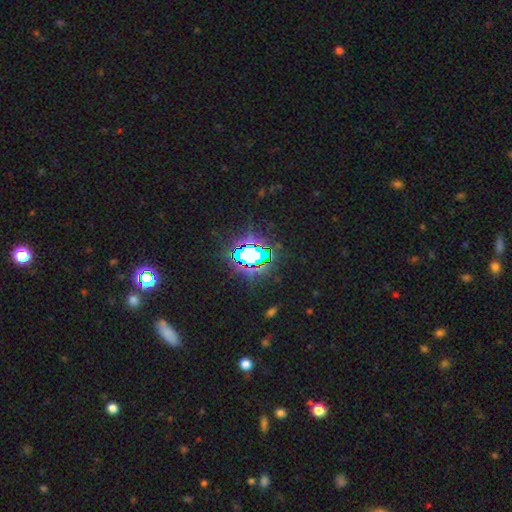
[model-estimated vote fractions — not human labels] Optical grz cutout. It shows a star or artifact, not a galaxy (81%).